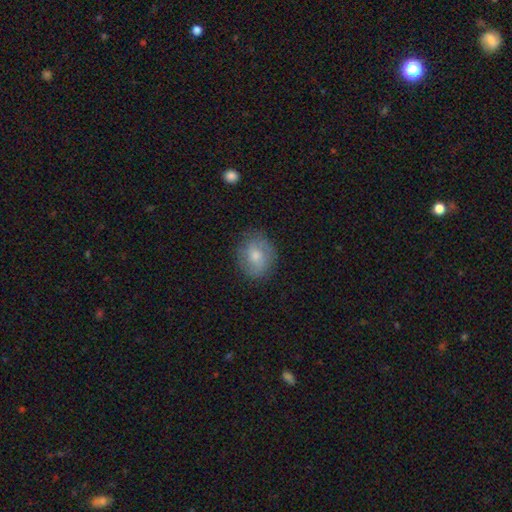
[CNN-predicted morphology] Q: Smooth or featured?
A: smooth (49%); runner-up: featured or disk (42%)
Q: Merging?
A: none (81%); runner-up: minor disturbance (14%)